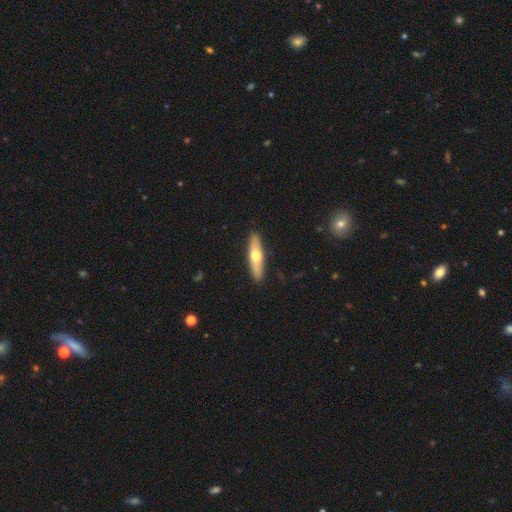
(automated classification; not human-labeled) Smooth or featured?
  - smooth: 50% *
  - featured or disk: 45%
  - star or artifact: 5%
How rounded?
  - cigar-shaped: 73% *
  - in between: 24%
  - round: 2%
Merging?
  - none: 91% *
  - minor disturbance: 7%
  - major disturbance: 1%
  - merger: 1%